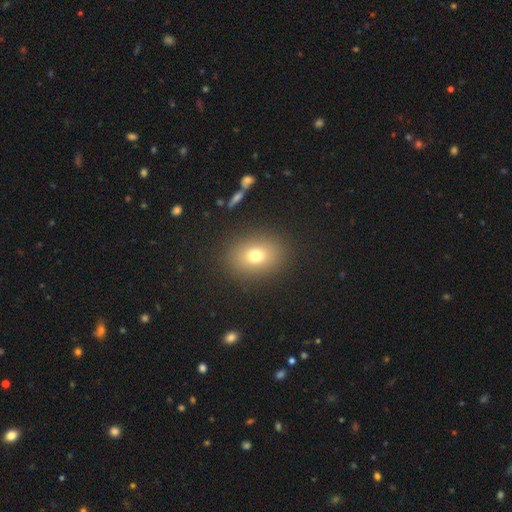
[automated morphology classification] Overall: smooth (74%). How rounded: in between (60%; round 39%). Merging: none (87%).